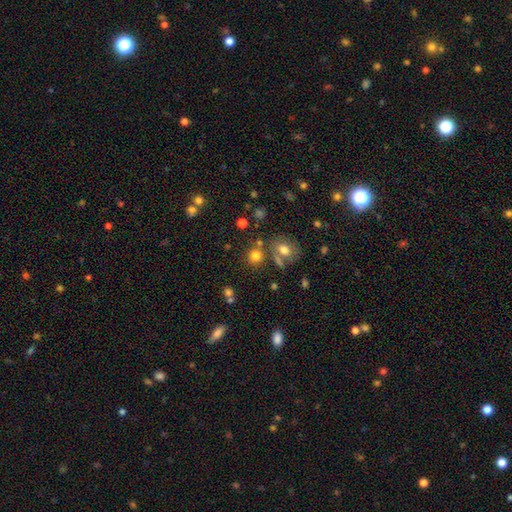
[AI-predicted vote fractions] The model was most divided on "merging": none: 72%, merger: 15%, minor disturbance: 9%, major disturbance: 4%. More confident: how rounded — round (87%); smooth or featured — smooth (77%).